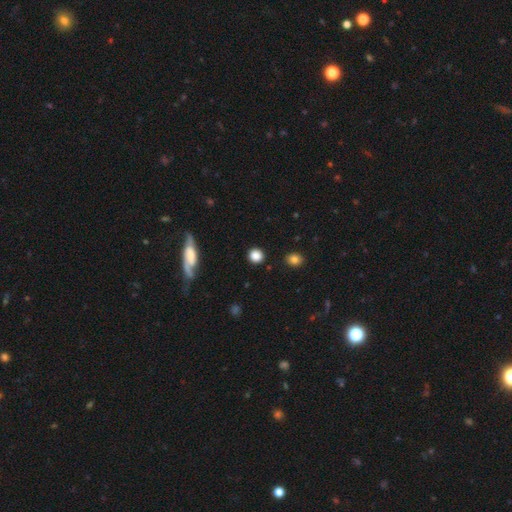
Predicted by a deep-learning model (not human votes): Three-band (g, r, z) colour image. It shows a smooth galaxy with no disk features (85%) that is round (87%). Merging: none (88%).